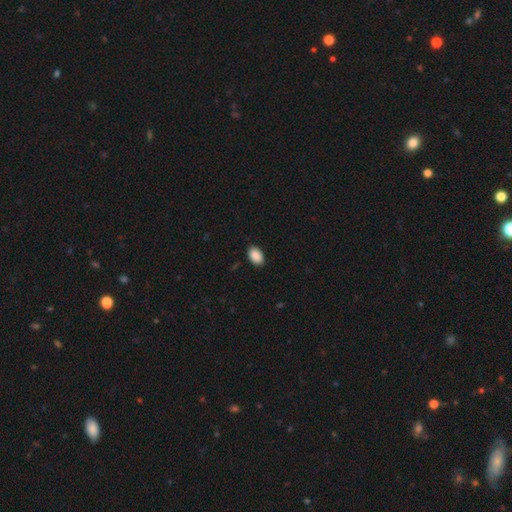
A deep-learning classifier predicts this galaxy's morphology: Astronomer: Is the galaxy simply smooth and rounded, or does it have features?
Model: smooth — 90%.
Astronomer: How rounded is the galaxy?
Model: in between — 90%.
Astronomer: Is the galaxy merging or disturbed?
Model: none — 89%.